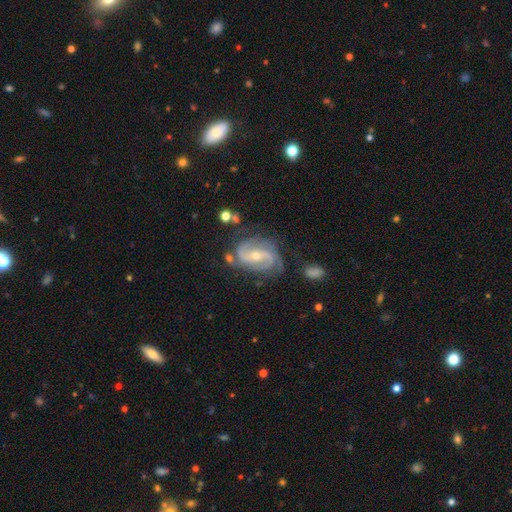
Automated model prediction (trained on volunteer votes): Morphology: type=featured or disk (89%); edge-on=no (97%); bar=weak (40%); spiral arms=yes (97%); winding=medium (46%); arm count=2 (58%); bulge=small (53%); merging=none (67%).